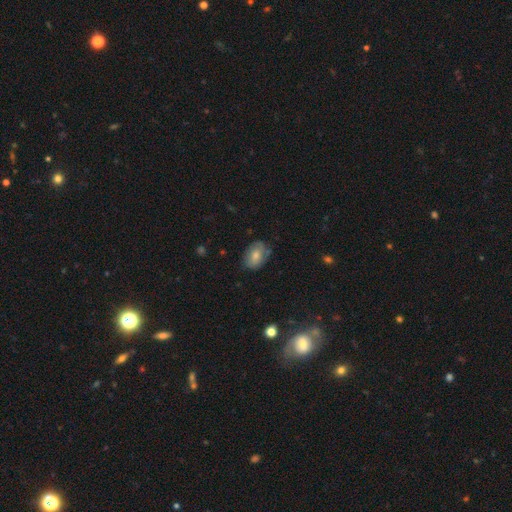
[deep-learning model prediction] Smooth or featured?
  - smooth: 71% *
  - featured or disk: 21%
  - star or artifact: 8%
How rounded?
  - in between: 82% *
  - round: 17%
  - cigar-shaped: 1%
Merging?
  - none: 72% *
  - minor disturbance: 21%
  - major disturbance: 5%
  - merger: 2%